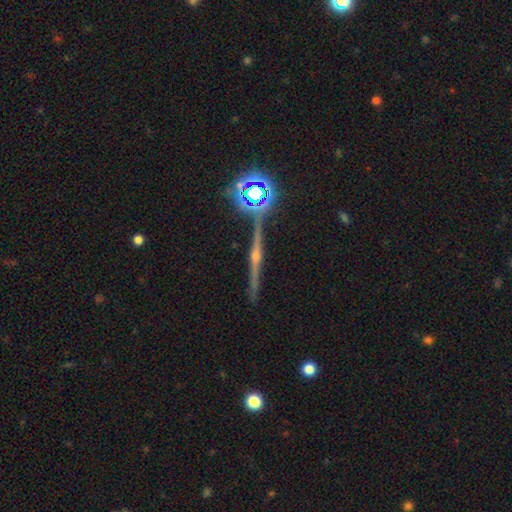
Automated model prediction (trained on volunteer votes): Smooth or featured: featured or disk — 56% (star or artifact — 26%)
Edge-on disk: yes — 90% (no — 10%)
Edge-on bulge: rounded — 71% (none — 20%)
Merging: none — 79% (minor disturbance — 9%)